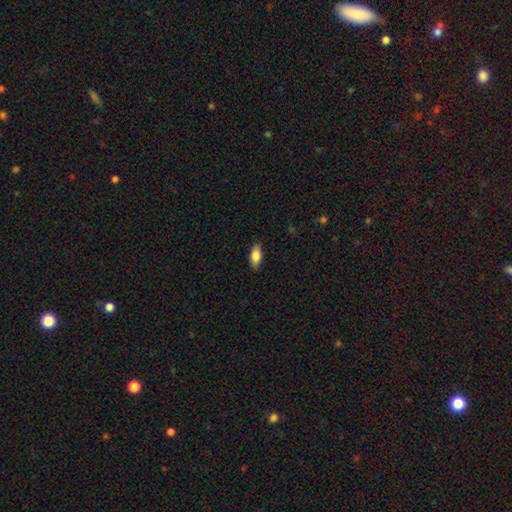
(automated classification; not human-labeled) smooth 82%, featured or disk 11%, star or artifact 7%. Down the decision tree: how rounded — in between (87%); merging — none (86%).